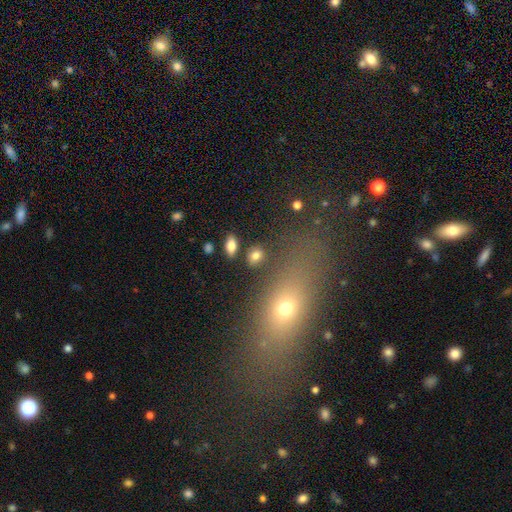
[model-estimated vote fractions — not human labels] A smooth galaxy with no disk features (81%) that is in between round and cigar-shaped (75%). Merging: none (82%).